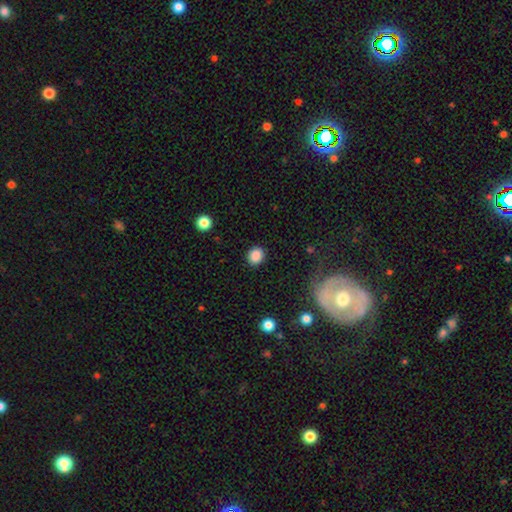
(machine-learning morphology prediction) A smooth galaxy with no disk features (87%) that is round (72%). Merging: none (89%).